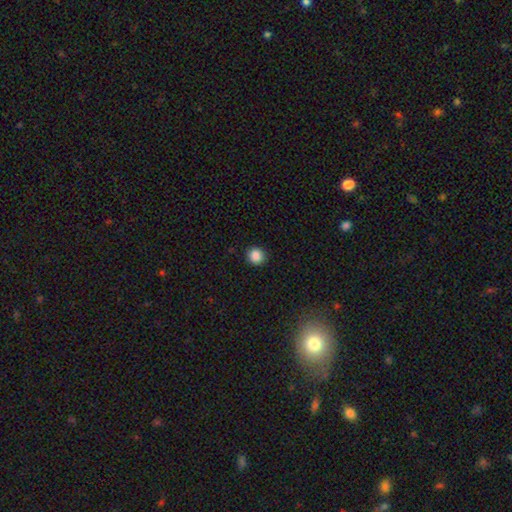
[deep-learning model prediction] Overall: smooth (87%). How rounded: round (92%). Merging: none (92%).